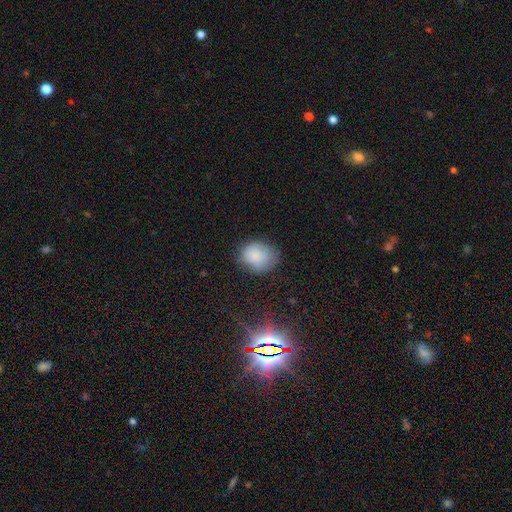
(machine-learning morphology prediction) Q: Smooth or featured?
A: smooth (82%); runner-up: star or artifact (9%)
Q: How rounded?
A: round (57%); runner-up: in between (42%)
Q: Merging?
A: none (66%); runner-up: minor disturbance (25%)